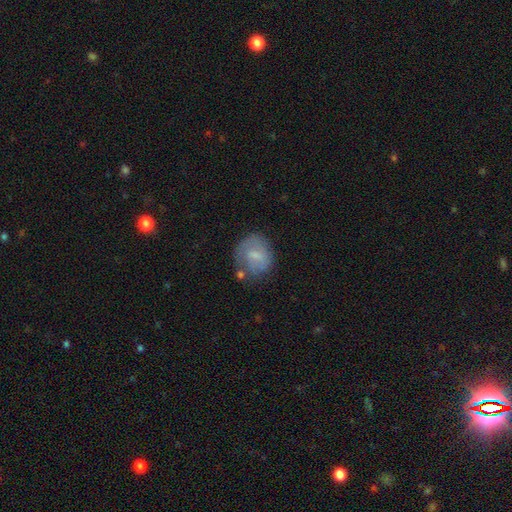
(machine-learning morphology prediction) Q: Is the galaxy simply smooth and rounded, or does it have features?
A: smooth — 61%.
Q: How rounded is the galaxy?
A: round — 72%.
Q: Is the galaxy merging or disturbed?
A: none — 57%.